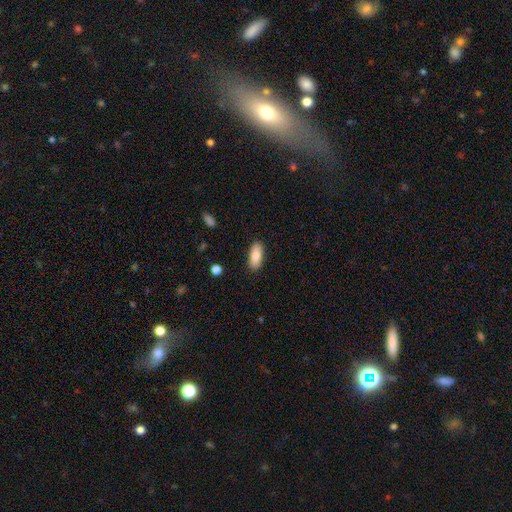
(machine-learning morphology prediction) smooth-or-featured: smooth: 85% | featured or disk: 8% | star or artifact: 6%
  how-rounded: in between: 84% | cigar-shaped: 13% | round: 2%
  merging: none: 87% | minor disturbance: 9% | major disturbance: 2% | merger: 1%